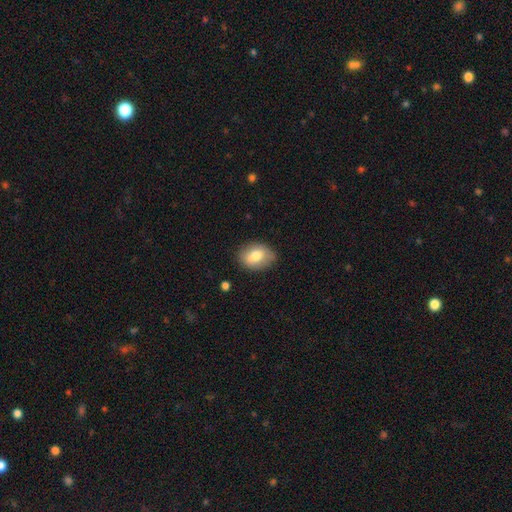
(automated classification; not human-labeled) Morphology: type=smooth (75%); roundness=in between (74%); merging=none (80%).